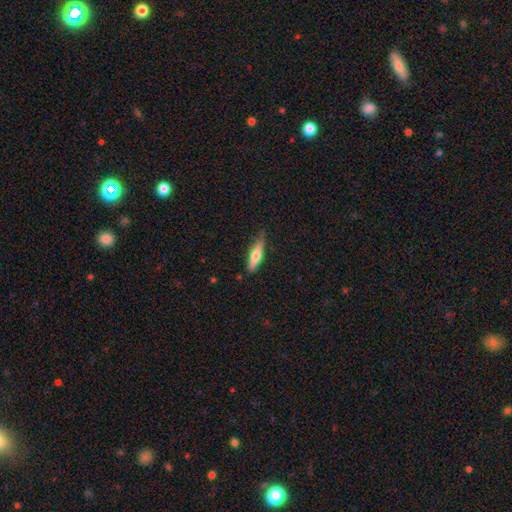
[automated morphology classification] smooth-or-featured: smooth: 55% | featured or disk: 40% | star or artifact: 6%
  how-rounded: cigar-shaped: 73% | in between: 25% | round: 2%
  merging: none: 71% | minor disturbance: 23% | major disturbance: 4% | merger: 2%